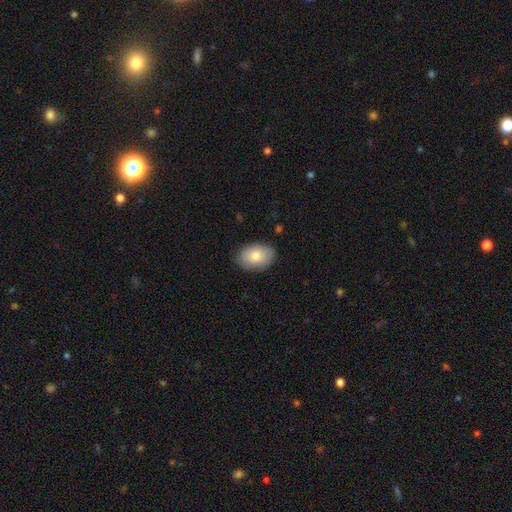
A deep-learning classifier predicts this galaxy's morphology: This is likely a smooth galaxy (80%). How rounded: clearly in between (85%). Merging: clearly none (84%).